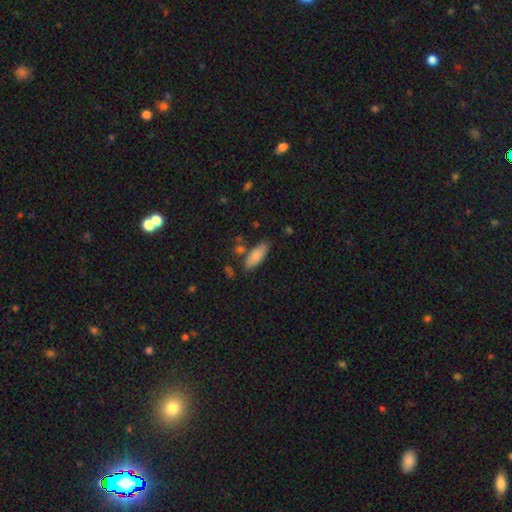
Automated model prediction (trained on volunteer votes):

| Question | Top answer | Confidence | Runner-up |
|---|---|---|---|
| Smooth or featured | smooth | 84% | featured or disk (10%) |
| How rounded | in between | 71% | cigar-shaped (27%) |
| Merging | none | 76% | minor disturbance (14%) |